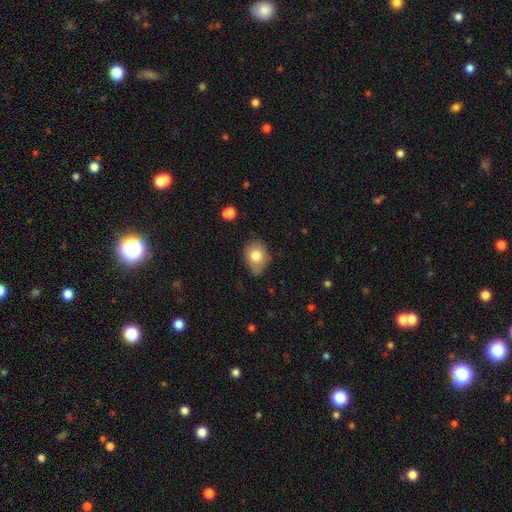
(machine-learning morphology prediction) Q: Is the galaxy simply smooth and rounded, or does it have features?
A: smooth — 78%.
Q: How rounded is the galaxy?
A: in between — 62%.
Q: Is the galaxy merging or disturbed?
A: none — 67%.